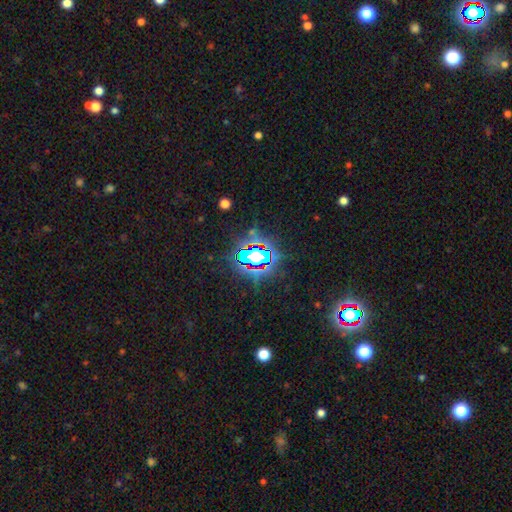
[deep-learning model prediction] Smooth or featured? Predicted: star or artifact (p=0.79).